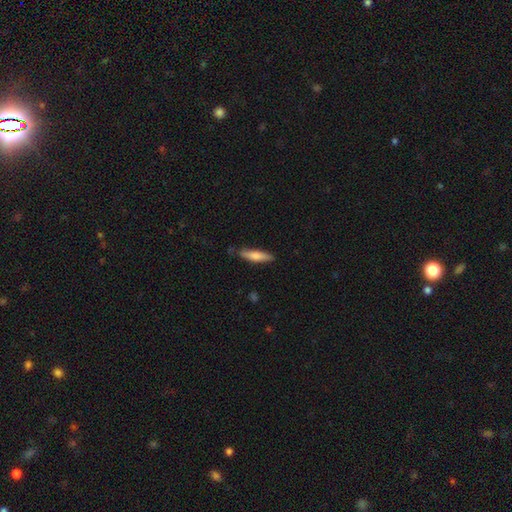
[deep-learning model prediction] Q: Smooth or featured?
A: smooth (72%); runner-up: featured or disk (23%)
Q: How rounded?
A: cigar-shaped (78%); runner-up: in between (20%)
Q: Merging?
A: none (81%); runner-up: minor disturbance (15%)